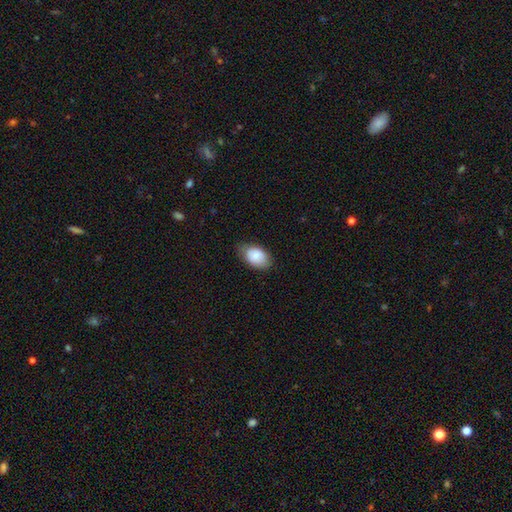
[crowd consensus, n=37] smooth-or-featured: smooth: 78% | featured or disk: 14% | star or artifact: 8%
  how-rounded: in between: 86% | round: 14% | cigar-shaped: 0%
  merging: none: 68% | minor disturbance: 26% | major disturbance: 6% | merger: 0%